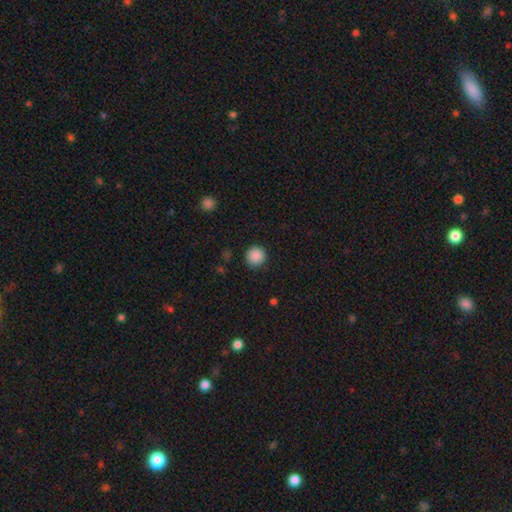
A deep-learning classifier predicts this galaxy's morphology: Smooth or featured: smooth — 88% (star or artifact — 9%)
How rounded: round — 95% (in between — 4%)
Merging: none — 90% (minor disturbance — 6%)